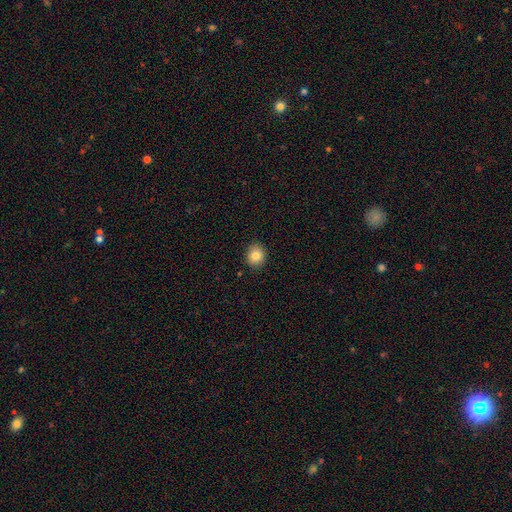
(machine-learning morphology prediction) Smooth or featured: smooth — 84% (star or artifact — 10%)
How rounded: round — 69% (in between — 30%)
Merging: none — 90% (minor disturbance — 7%)